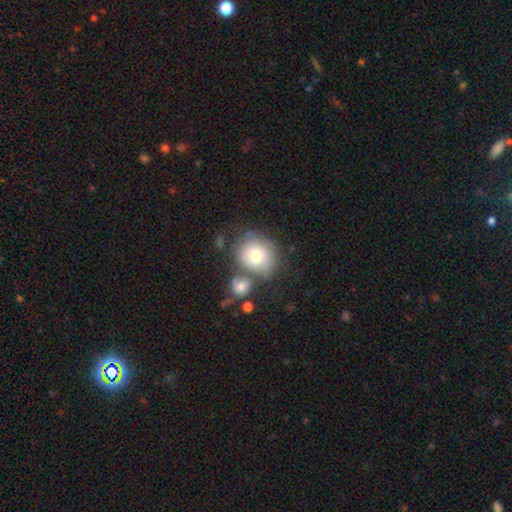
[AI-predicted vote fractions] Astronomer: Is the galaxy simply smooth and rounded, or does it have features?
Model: smooth — 73%.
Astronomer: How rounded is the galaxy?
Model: round — 75%.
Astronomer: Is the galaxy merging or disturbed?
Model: none — 56%.